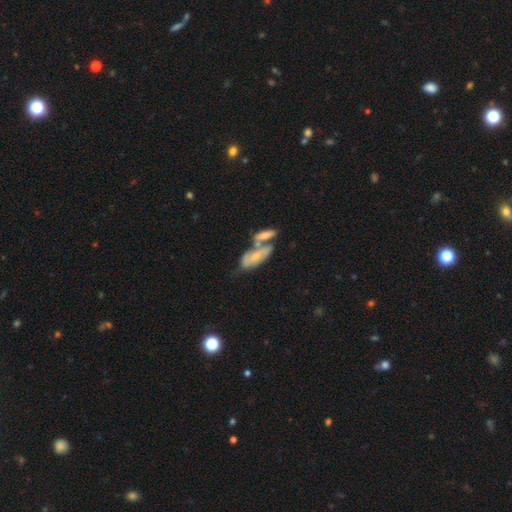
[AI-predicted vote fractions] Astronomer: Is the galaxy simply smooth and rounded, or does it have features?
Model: featured or disk — 47% (runner-up: smooth, 45%).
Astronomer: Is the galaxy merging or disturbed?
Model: merger — 52%.